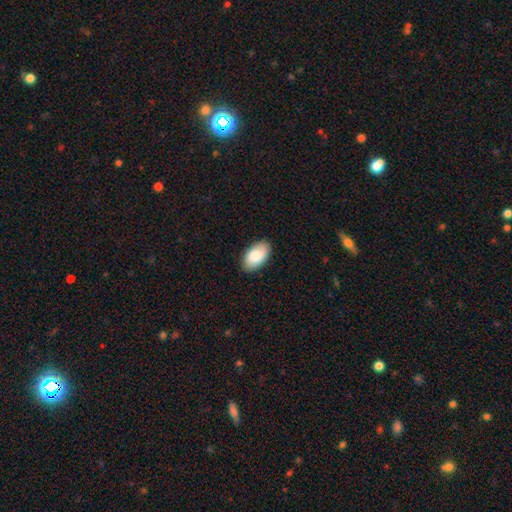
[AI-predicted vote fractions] Morphology: type=smooth (85%); roundness=in between (95%); merging=none (88%).